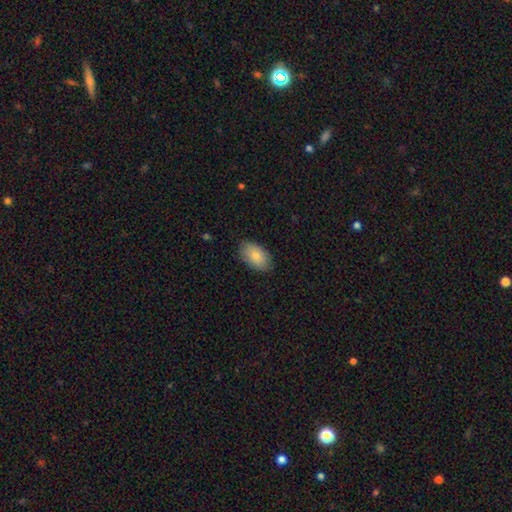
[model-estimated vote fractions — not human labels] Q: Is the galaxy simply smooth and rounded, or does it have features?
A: smooth — 82%.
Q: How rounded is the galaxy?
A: in between — 93%.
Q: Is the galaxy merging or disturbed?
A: none — 86%.